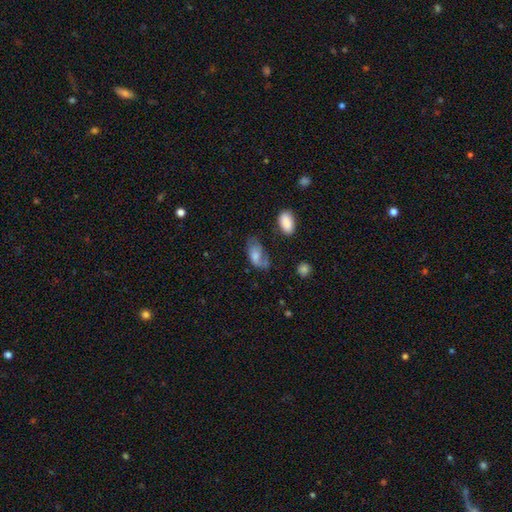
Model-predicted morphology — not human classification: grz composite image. It shows a smooth galaxy with no disk features (62%) that is in between round and cigar-shaped (92%). Merging: none (41%).